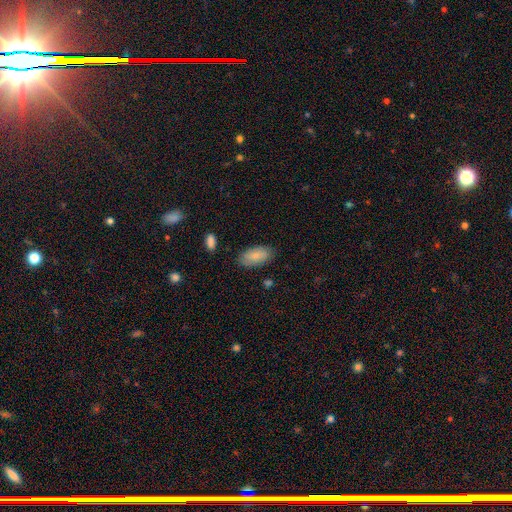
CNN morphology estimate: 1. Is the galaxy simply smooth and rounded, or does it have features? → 79% smooth, 15% featured or disk, 6% star or artifact.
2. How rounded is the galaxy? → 93% in between, 4% cigar-shaped, 3% round.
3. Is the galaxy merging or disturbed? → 81% none, 14% minor disturbance, 3% major disturbance, 2% merger.